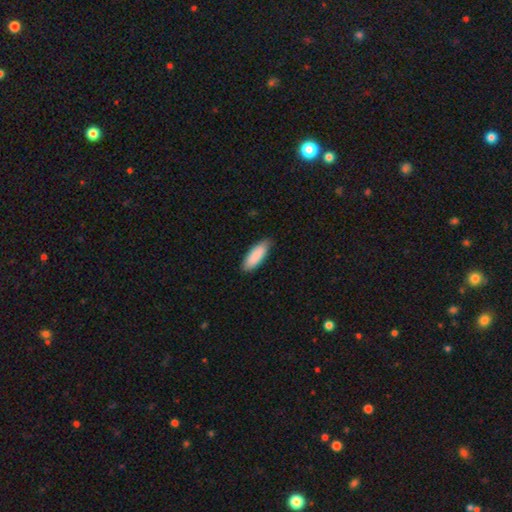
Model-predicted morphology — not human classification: smooth 89%, featured or disk 5%, star or artifact 5%. Down the decision tree: how rounded — in between (66%); merging — none (85%).